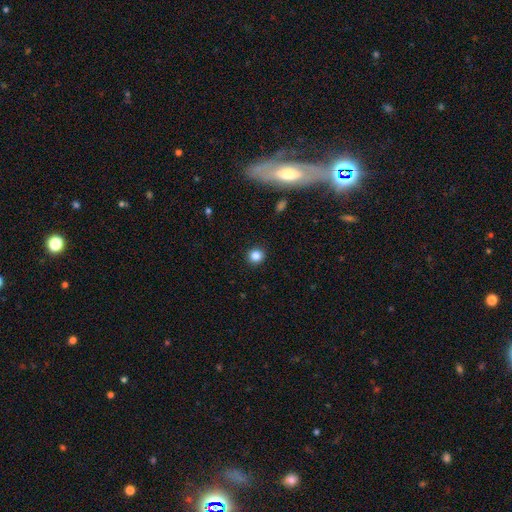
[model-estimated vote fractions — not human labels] Overall: smooth (84%). How rounded: round (92%). Merging: none (92%).